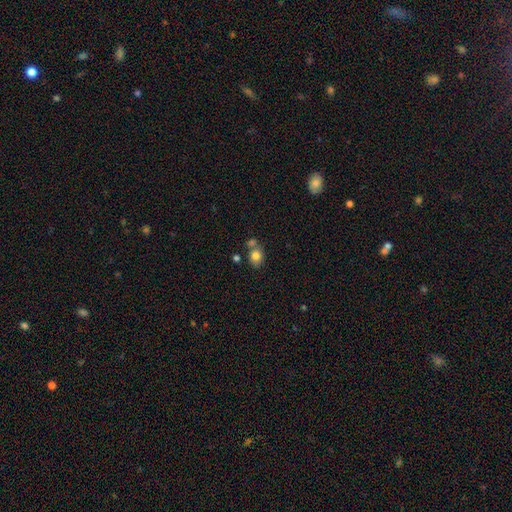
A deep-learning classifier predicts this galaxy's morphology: The model was most divided on "how rounded": round: 50%, in between: 49%, cigar-shaped: 1%. More confident: smooth or featured — smooth (79%); merging — none (52%).